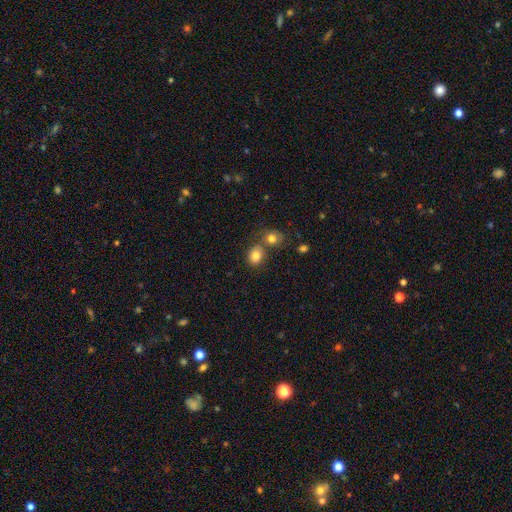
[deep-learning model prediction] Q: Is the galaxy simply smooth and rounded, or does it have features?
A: smooth — 82%.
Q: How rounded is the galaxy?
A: round — 54%.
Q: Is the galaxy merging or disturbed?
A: none — 56%.